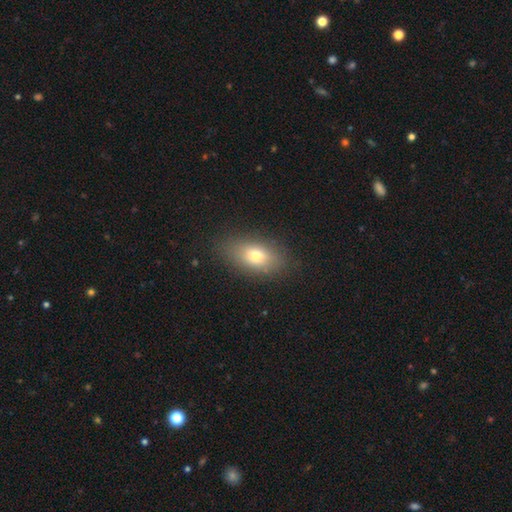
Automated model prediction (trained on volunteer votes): This appears to be a smooth galaxy with no disk features (73%) that is in between round and cigar-shaped (83%). Merging: none (85%).